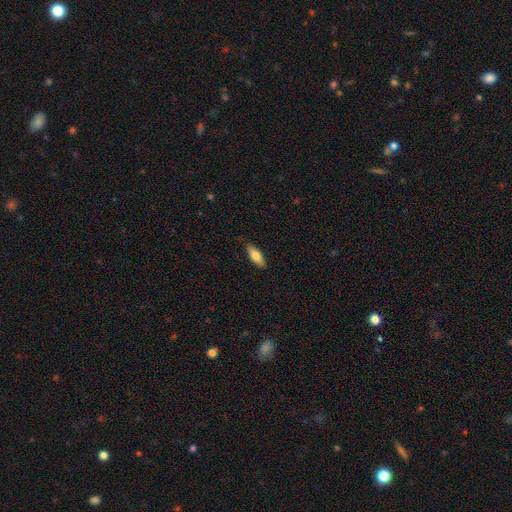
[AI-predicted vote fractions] Q: Smooth or featured?
A: smooth (72%); runner-up: featured or disk (22%)
Q: How rounded?
A: in between (63%); runner-up: cigar-shaped (35%)
Q: Merging?
A: none (87%); runner-up: minor disturbance (10%)